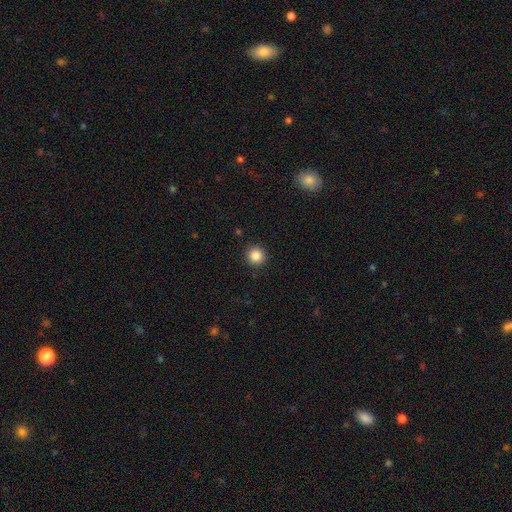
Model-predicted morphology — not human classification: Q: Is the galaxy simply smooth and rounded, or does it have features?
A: smooth — 86%.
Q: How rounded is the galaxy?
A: round — 95%.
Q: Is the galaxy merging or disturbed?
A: none — 92%.